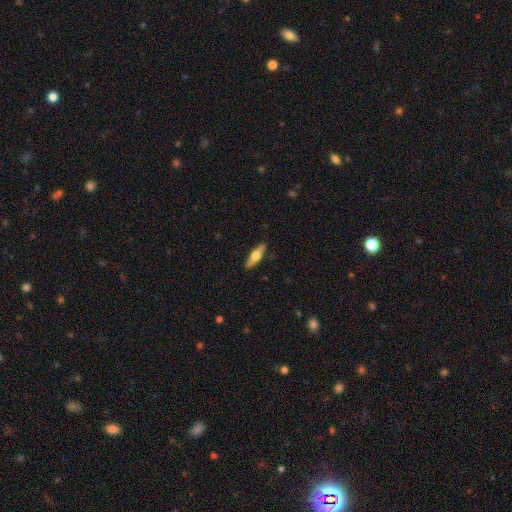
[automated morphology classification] Smooth or featured? Predicted: smooth (p=0.50). Merging? Predicted: none (p=0.88).